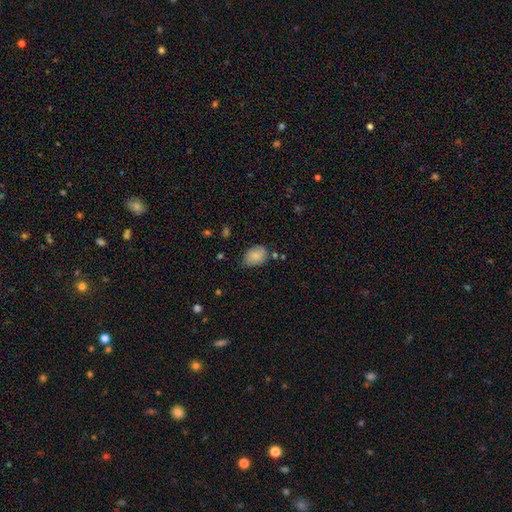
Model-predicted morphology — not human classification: Smooth or featured: smooth — 84% (featured or disk — 8%)
How rounded: in between — 80% (round — 19%)
Merging: none — 65% (minor disturbance — 27%)